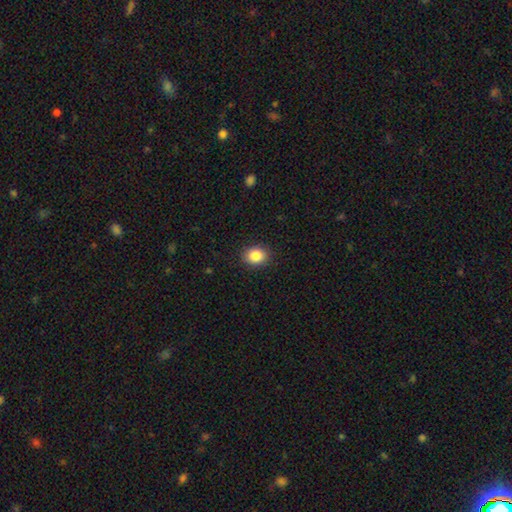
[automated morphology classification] This is clearly a smooth galaxy (86%). How rounded: possibly in between (50%). Merging: clearly none (89%).